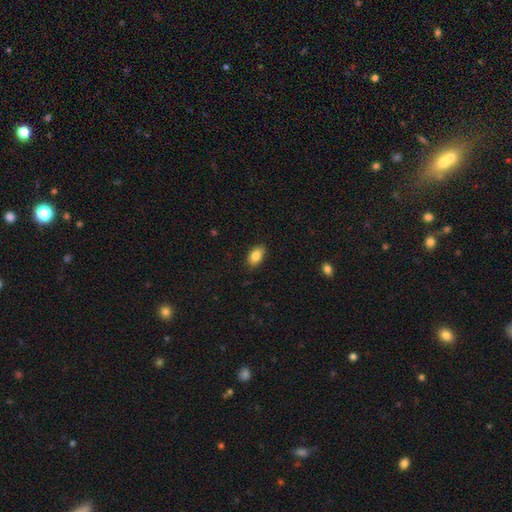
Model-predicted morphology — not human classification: The model was most divided on "merging": none: 84%, minor disturbance: 12%, major disturbance: 2%, merger: 1%. More confident: how rounded — in between (89%); smooth or featured — smooth (86%).